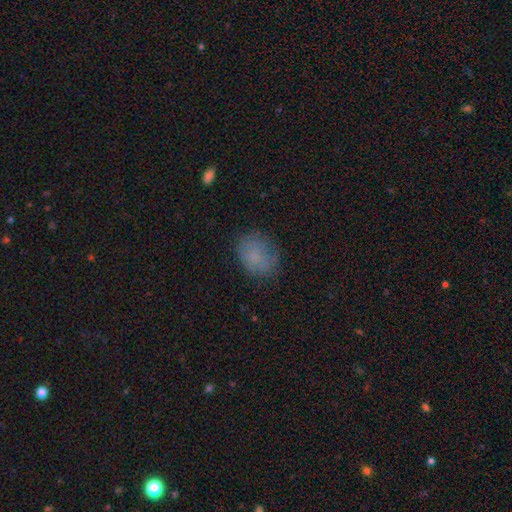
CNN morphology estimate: Smooth or featured?
  - smooth: 77% *
  - featured or disk: 12%
  - star or artifact: 11%
How rounded?
  - in between: 59% *
  - round: 40%
  - cigar-shaped: 1%
Merging?
  - none: 73% *
  - minor disturbance: 19%
  - major disturbance: 6%
  - merger: 1%